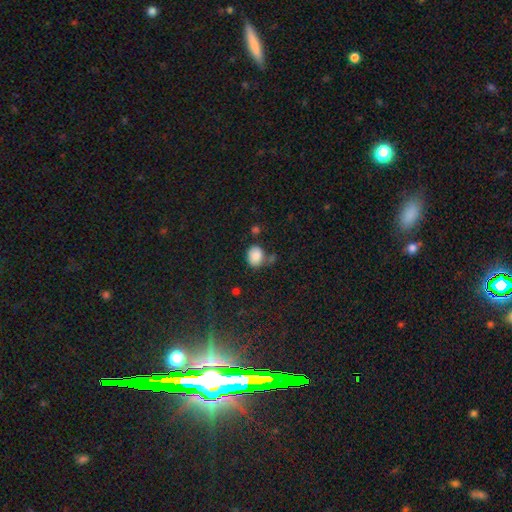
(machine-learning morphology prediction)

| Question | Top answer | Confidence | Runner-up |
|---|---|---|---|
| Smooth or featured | smooth | 85% | star or artifact (9%) |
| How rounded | in between | 54% | round (44%) |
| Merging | none | 58% | minor disturbance (22%) |